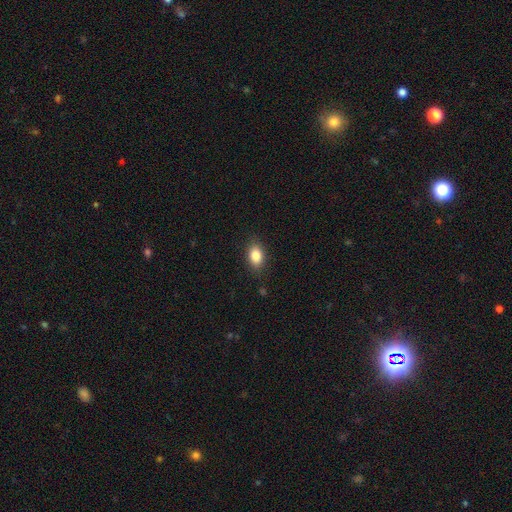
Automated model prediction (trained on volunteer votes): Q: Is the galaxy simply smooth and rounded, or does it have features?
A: smooth — 84%.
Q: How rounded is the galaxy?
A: in between — 82%.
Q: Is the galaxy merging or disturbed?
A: none — 85%.